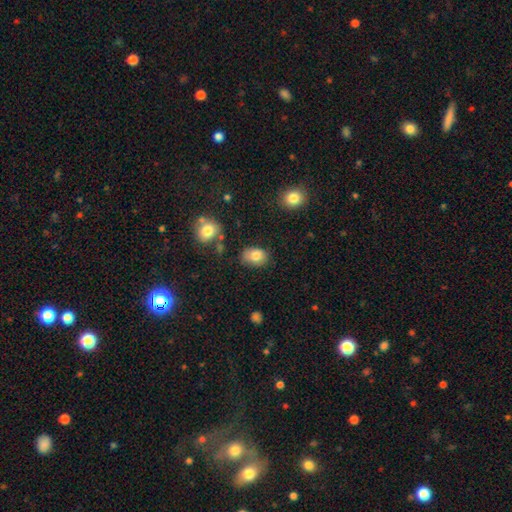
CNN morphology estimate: This is clearly a smooth galaxy (82%). How rounded: likely in between (70%). Merging: likely none (72%).